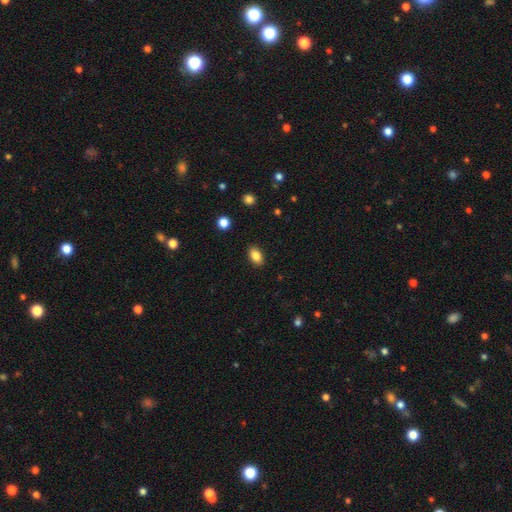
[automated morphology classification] Smooth or featured? smooth (86%)
How rounded? in between (87%)
Merging? none (89%)